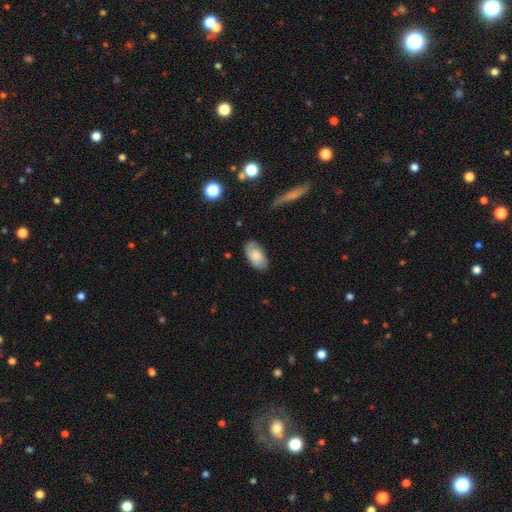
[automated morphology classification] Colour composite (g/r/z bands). It shows a smooth galaxy with no disk features (63%) that is in between round and cigar-shaped (94%). Merging: none (73%).